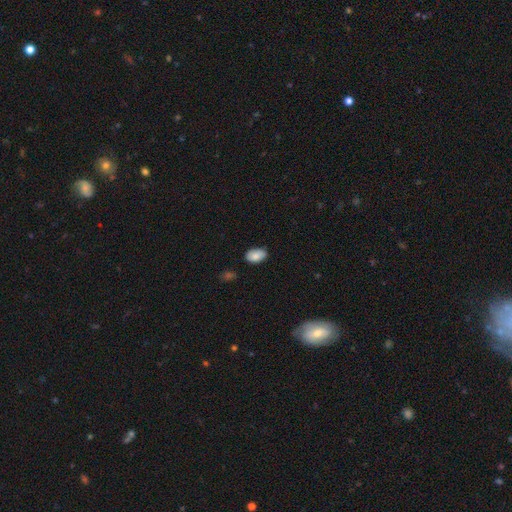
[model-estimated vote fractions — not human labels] Smooth or featured?
  - smooth: 85% *
  - featured or disk: 8%
  - star or artifact: 7%
How rounded?
  - in between: 91% *
  - round: 7%
  - cigar-shaped: 1%
Merging?
  - none: 81% *
  - minor disturbance: 15%
  - major disturbance: 2%
  - merger: 1%